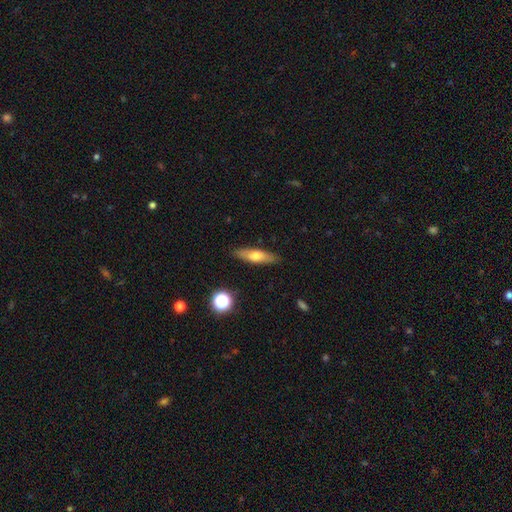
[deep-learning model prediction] A smooth galaxy with no disk features (60%) that is cigar-shaped (61%).

Vote fractions:
- Smooth or featured? smooth: 60% / featured or disk: 33% / star or artifact: 7%
- How rounded? cigar-shaped: 61% / in between: 35% / round: 3%
- Merging? none: 88% / minor disturbance: 9% / major disturbance: 2% / merger: 1%